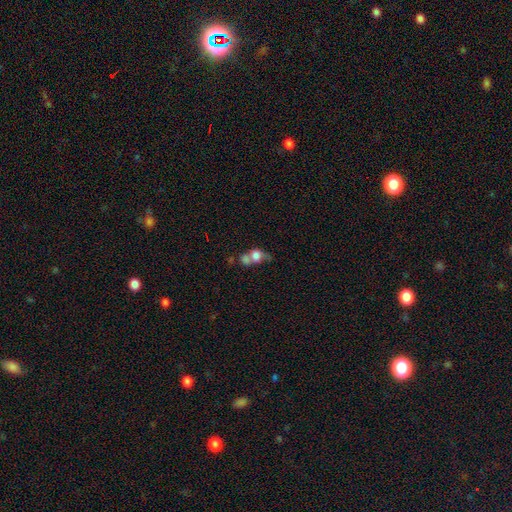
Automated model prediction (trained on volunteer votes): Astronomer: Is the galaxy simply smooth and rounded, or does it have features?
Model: smooth — 64%.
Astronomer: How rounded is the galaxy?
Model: in between — 52% (runner-up: round, 46%).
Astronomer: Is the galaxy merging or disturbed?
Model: merger — 60%.